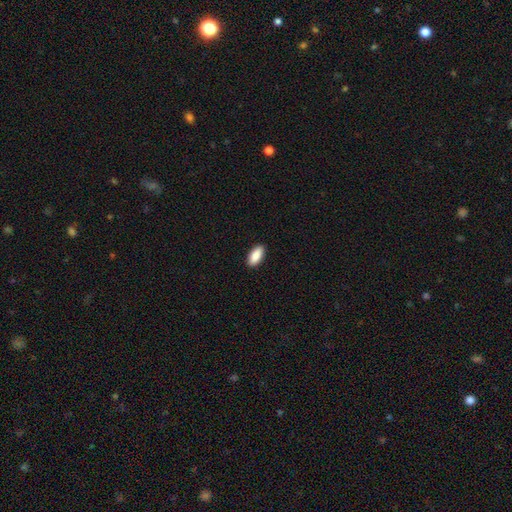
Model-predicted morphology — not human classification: The model was most divided on "how rounded": in between: 89%, cigar-shaped: 9%, round: 2%. More confident: merging — none (91%); smooth or featured — smooth (89%).